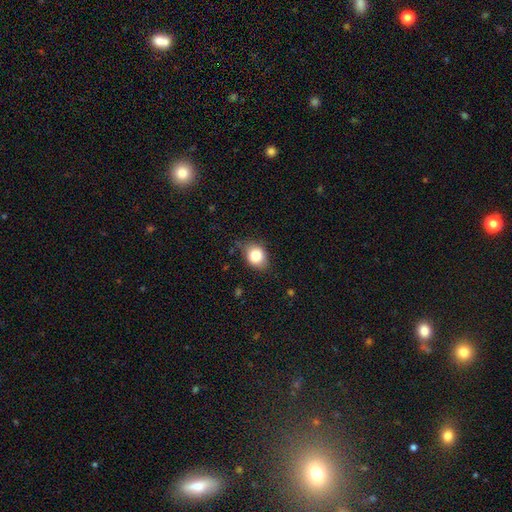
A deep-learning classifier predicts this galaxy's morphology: smooth_or_featured: smooth (p=0.82) [alt: featured or disk p=0.09]
how_rounded: in between (p=0.59) [alt: round p=0.40]
merging: none (p=0.72) [alt: minor disturbance p=0.22]